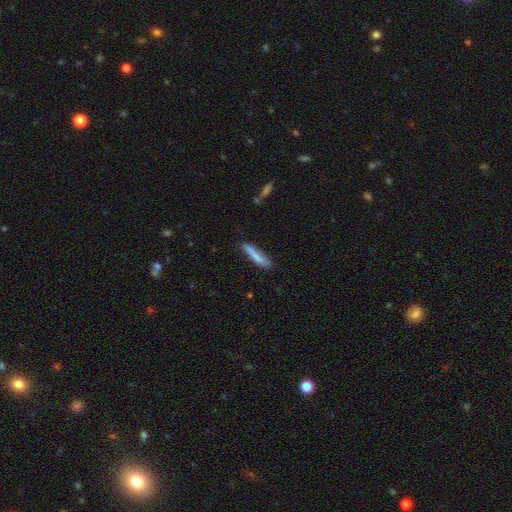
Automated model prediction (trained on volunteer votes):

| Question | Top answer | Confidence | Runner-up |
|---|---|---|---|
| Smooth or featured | smooth | 74% | featured or disk (20%) |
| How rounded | cigar-shaped | 87% | in between (11%) |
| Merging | none | 73% | minor disturbance (20%) |